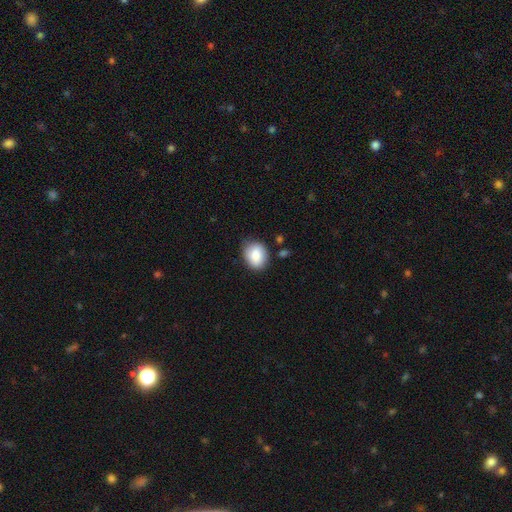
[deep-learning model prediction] Overall: smooth (82%). How rounded: in between (52%; round 47%). Merging: none (76%).